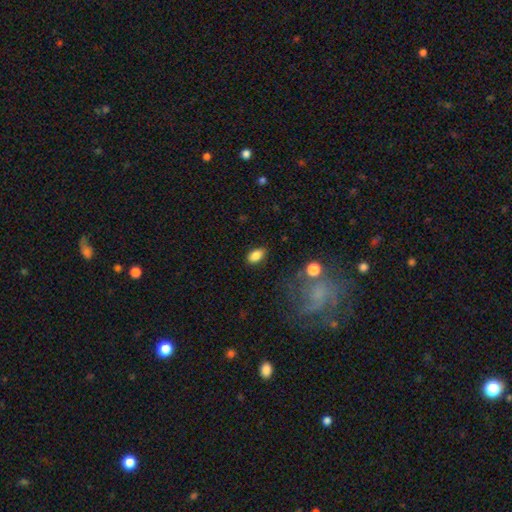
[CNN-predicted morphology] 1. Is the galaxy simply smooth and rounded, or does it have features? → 84% smooth, 9% star or artifact, 7% featured or disk.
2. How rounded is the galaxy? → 90% in between, 8% round, 2% cigar-shaped.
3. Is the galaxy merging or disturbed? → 84% none, 11% minor disturbance, 3% major disturbance, 2% merger.